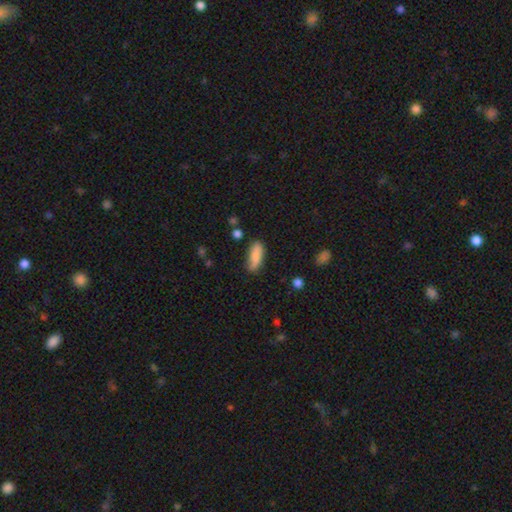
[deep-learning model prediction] Q: Smooth or featured?
A: smooth (84%); runner-up: featured or disk (10%)
Q: How rounded?
A: in between (66%); runner-up: cigar-shaped (32%)
Q: Merging?
A: none (73%); runner-up: minor disturbance (20%)